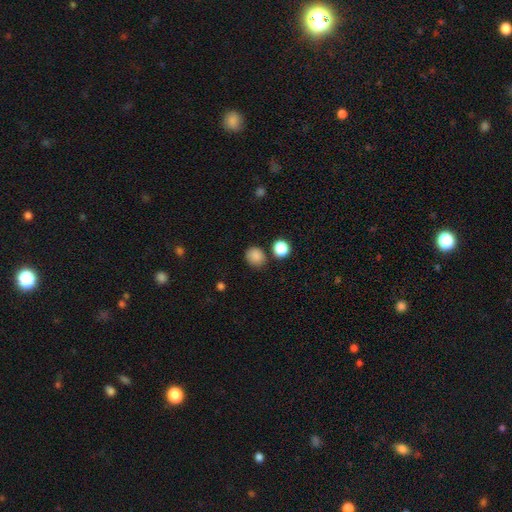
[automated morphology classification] Smooth or featured?
  - smooth: 85% *
  - star or artifact: 11%
  - featured or disk: 4%
How rounded?
  - round: 79% *
  - in between: 20%
  - cigar-shaped: 1%
Merging?
  - none: 81% *
  - minor disturbance: 11%
  - merger: 5%
  - major disturbance: 3%